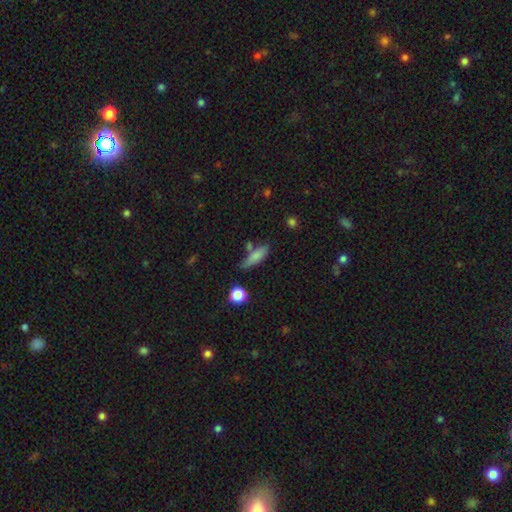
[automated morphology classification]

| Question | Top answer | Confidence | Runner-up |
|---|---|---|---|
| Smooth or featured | smooth | 76% | featured or disk (16%) |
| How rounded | cigar-shaped | 50% | in between (47%) |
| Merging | none | 62% | minor disturbance (21%) |